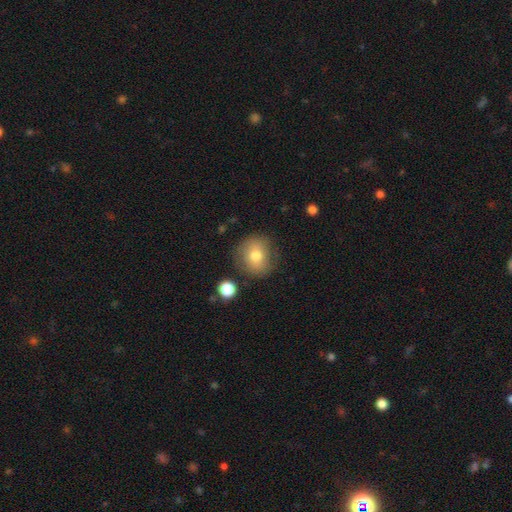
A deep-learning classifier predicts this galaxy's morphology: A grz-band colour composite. It shows a smooth galaxy with no disk features (74%) that is round (83%). Merging: none (77%).